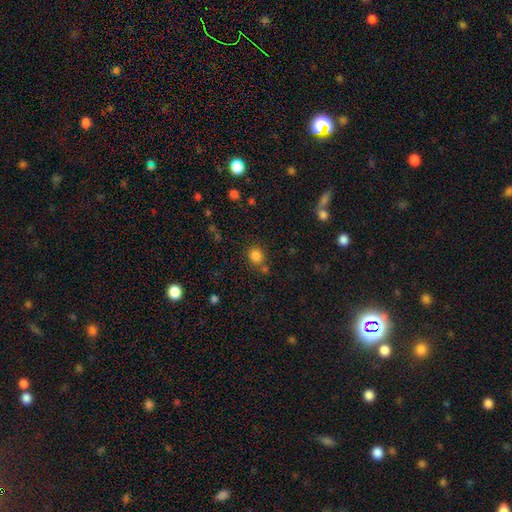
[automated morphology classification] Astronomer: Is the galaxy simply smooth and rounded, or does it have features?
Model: smooth — 82%.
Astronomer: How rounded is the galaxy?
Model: round — 76%.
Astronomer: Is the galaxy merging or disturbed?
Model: none — 70%.